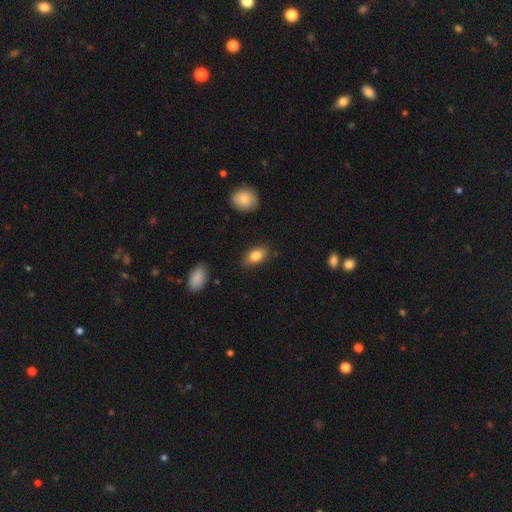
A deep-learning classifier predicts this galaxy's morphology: Smooth or featured: smooth — 83% (featured or disk — 9%)
How rounded: in between — 90% (round — 7%)
Merging: none — 85% (minor disturbance — 11%)